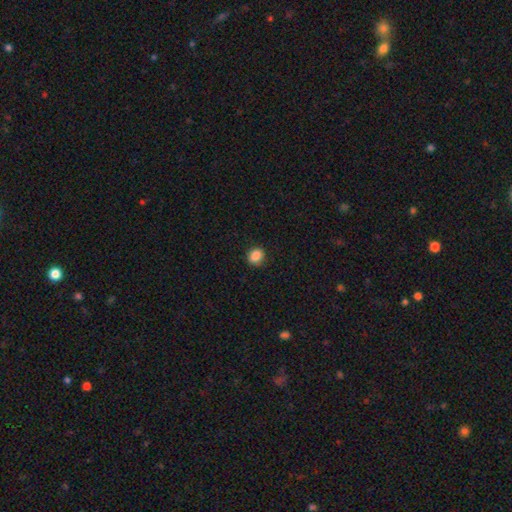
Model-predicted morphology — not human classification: A smooth galaxy with no disk features (88%) that is round (59%). Merging: none (88%).